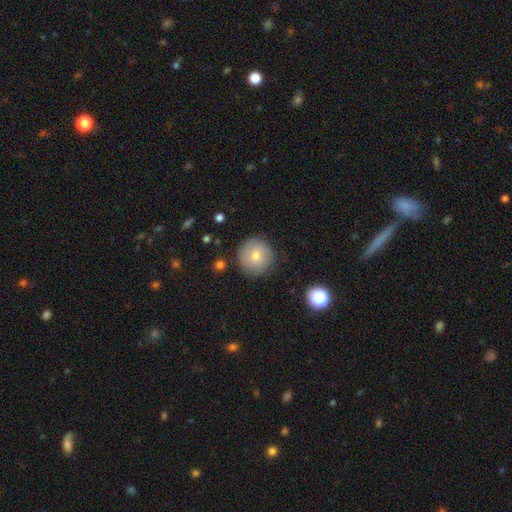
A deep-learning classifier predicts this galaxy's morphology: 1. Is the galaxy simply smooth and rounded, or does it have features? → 58% smooth, 31% featured or disk, 11% star or artifact.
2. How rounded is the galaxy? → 95% round, 4% in between, 1% cigar-shaped.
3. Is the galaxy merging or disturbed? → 84% none, 11% minor disturbance, 3% major disturbance, 1% merger.